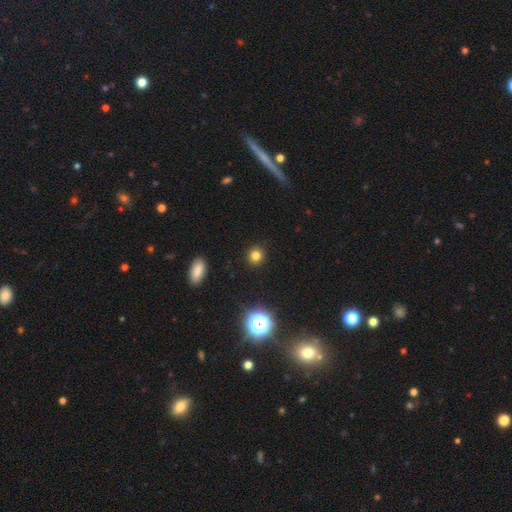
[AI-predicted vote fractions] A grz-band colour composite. It shows a smooth galaxy with no disk features (79%) that is round (88%). Merging: none (92%).